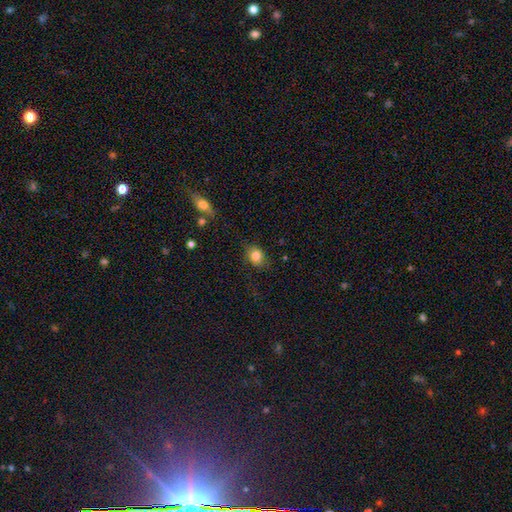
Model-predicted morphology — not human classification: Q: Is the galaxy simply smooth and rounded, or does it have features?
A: smooth — 82%.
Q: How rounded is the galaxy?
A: round — 59%.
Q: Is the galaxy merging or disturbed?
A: none — 76%.